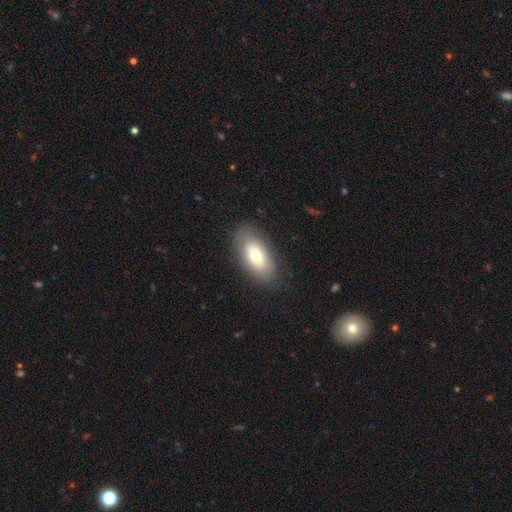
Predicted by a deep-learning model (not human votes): Smooth or featured? Predicted: smooth (p=0.73). How rounded? Predicted: in between (p=0.91). Merging? Predicted: none (p=0.82).